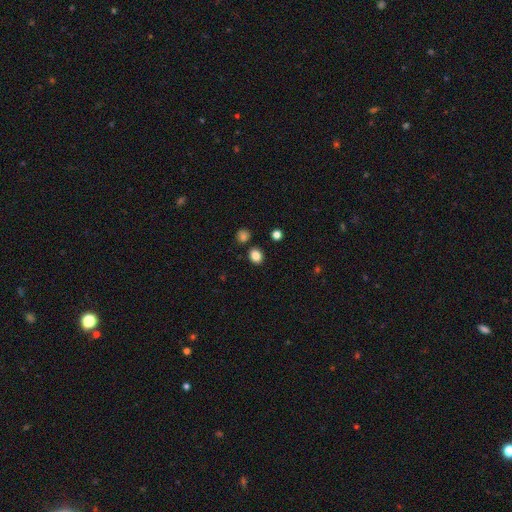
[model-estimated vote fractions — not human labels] This is clearly a smooth galaxy (85%). How rounded: likely round (63%). Merging: clearly none (85%).